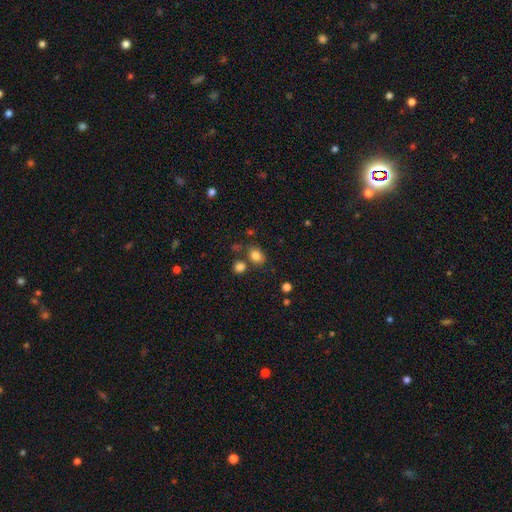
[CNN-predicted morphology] A smooth galaxy with no disk features (82%) that is in between round and cigar-shaped (54%).

Vote fractions:
- Smooth or featured? smooth: 82% / star or artifact: 11% / featured or disk: 6%
- How rounded? in between: 54% / round: 45% / cigar-shaped: 1%
- Merging? none: 70% / minor disturbance: 13% / merger: 13% / major disturbance: 4%